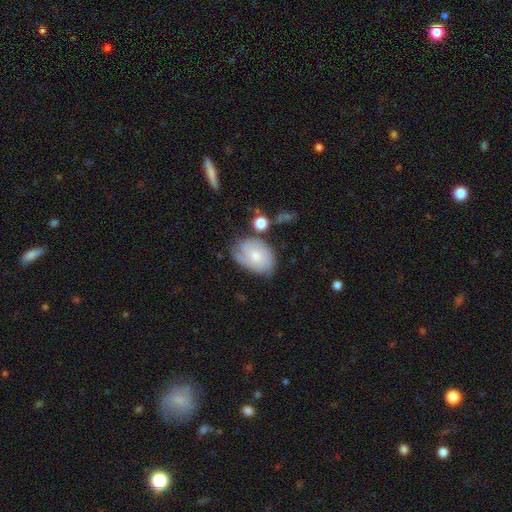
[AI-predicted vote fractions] A featured or disk galaxy (54%) with no bar (75%), spiral arms (82%) and a small central bulge (50%).

Vote fractions:
- Smooth or featured? featured or disk: 54% / smooth: 39% / star or artifact: 7%
- Edge-on disk? no: 96% / yes: 4%
- Bar? no: 75% / weak: 23% / strong: 3%
- Spiral arms? yes: 82% / no: 18%
- Bulge size? small: 50% / moderate: 43% / none: 3% / large: 2% / dominant: 1%
- Merging? none: 58% / minor disturbance: 27% / major disturbance: 9% / merger: 6%